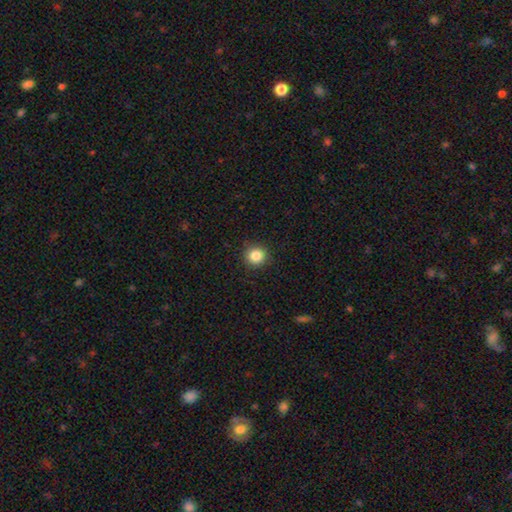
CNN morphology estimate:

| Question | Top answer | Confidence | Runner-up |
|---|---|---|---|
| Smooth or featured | smooth | 85% | star or artifact (11%) |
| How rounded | round | 92% | in between (7%) |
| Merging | none | 90% | minor disturbance (7%) |